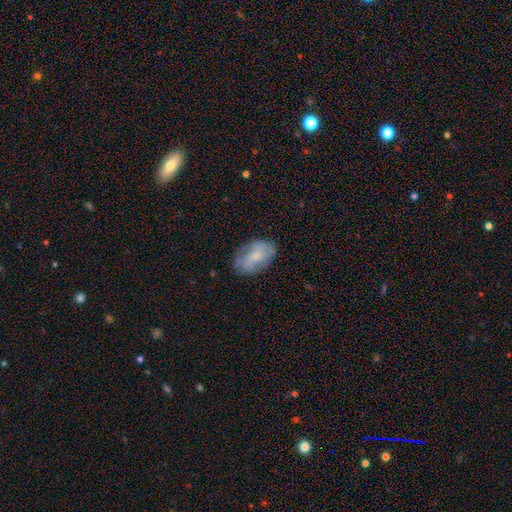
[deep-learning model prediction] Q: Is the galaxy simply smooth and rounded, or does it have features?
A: smooth — 57%.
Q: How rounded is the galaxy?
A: in between — 88%.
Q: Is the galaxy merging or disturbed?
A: none — 72%.